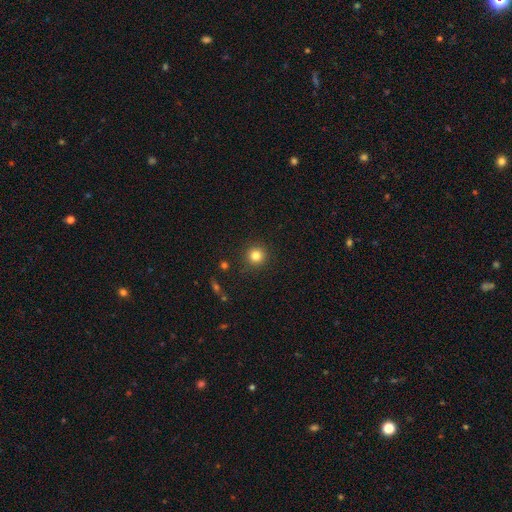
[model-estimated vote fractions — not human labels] Q: Smooth or featured?
A: smooth (82%); runner-up: star or artifact (12%)
Q: How rounded?
A: round (95%); runner-up: in between (4%)
Q: Merging?
A: none (91%); runner-up: minor disturbance (6%)